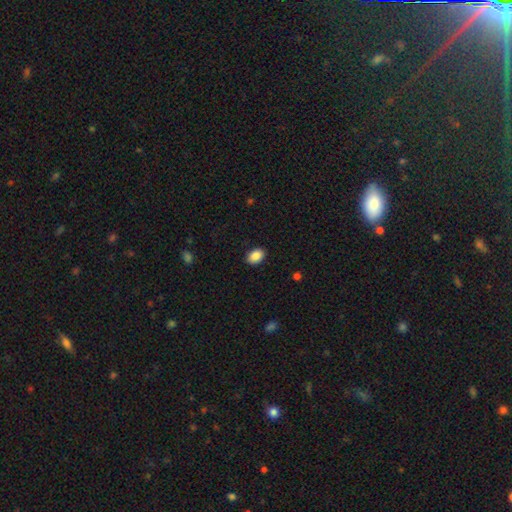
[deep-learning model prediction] A smooth galaxy with no disk features (89%) that is in between round and cigar-shaped (83%). Merging: none (89%).